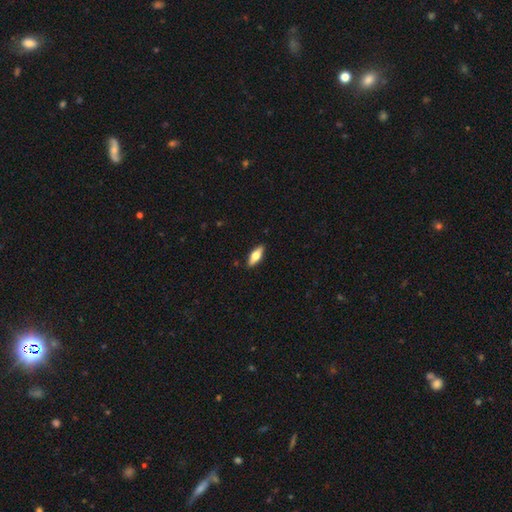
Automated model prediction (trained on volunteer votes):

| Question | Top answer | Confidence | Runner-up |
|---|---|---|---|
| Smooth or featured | smooth | 57% | featured or disk (37%) |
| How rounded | in between | 64% | cigar-shaped (33%) |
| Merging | none | 90% | minor disturbance (8%) |